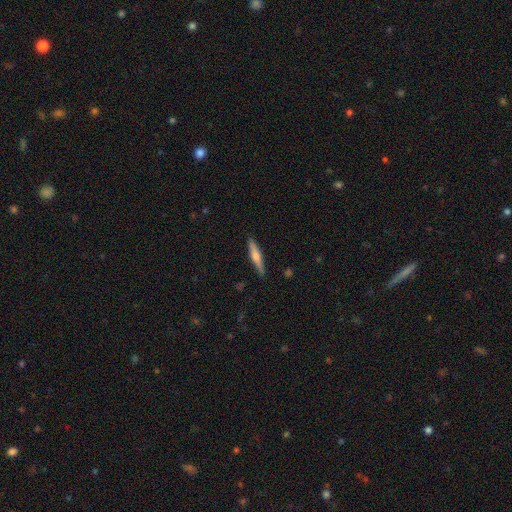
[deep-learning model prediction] Smooth or featured? Predicted: featured or disk (p=0.50). Edge-on disk? Predicted: yes (p=0.96). Merging? Predicted: none (p=0.88).